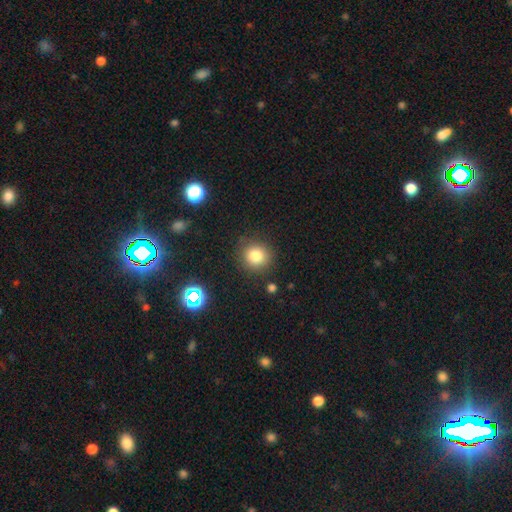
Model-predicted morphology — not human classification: smooth 79%, star or artifact 13%, featured or disk 7%. Down the decision tree: how rounded — round (89%); merging — none (86%).